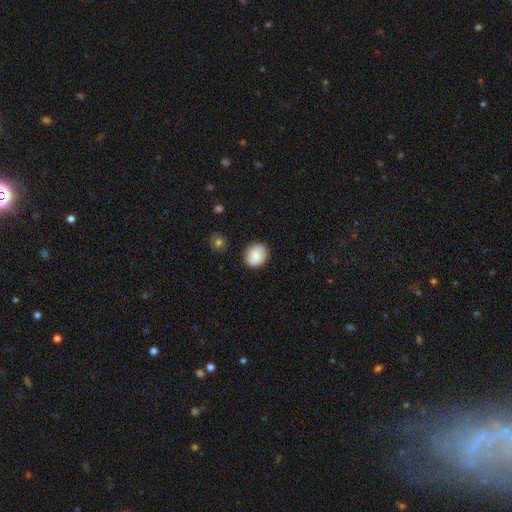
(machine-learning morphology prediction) This appears to be a smooth galaxy with no disk features (85%) that is round (66%). Merging: none (87%).